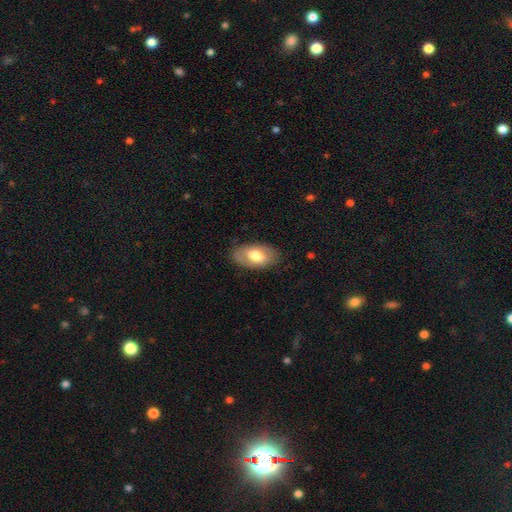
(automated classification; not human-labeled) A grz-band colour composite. It shows a smooth galaxy with no disk features (60%) that is in between round and cigar-shaped (93%). Merging: none (81%).